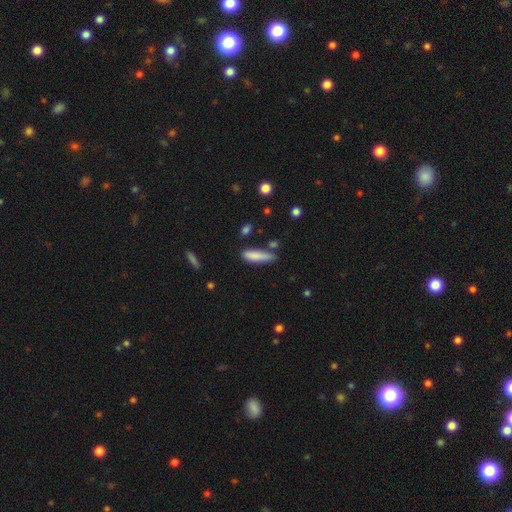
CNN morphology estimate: smooth 83%, featured or disk 10%, star or artifact 7%. Down the decision tree: how rounded — cigar-shaped (73%); merging — none (66%).